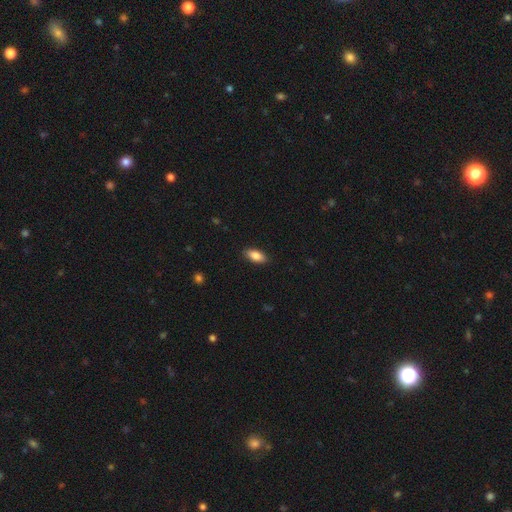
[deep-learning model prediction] smooth_or_featured: smooth (p=0.83) [alt: featured or disk p=0.10]
how_rounded: in between (p=0.86) [alt: cigar-shaped p=0.11]
merging: none (p=0.88) [alt: minor disturbance p=0.09]